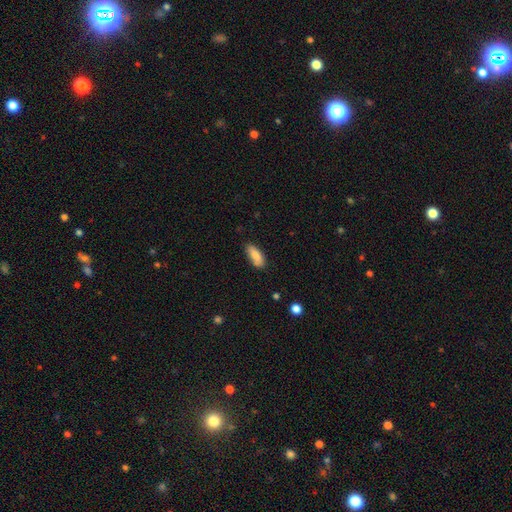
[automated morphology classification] smooth-or-featured: smooth: 81% | featured or disk: 12% | star or artifact: 7%
  how-rounded: in between: 75% | cigar-shaped: 23% | round: 2%
  merging: none: 79% | minor disturbance: 17% | major disturbance: 3% | merger: 2%